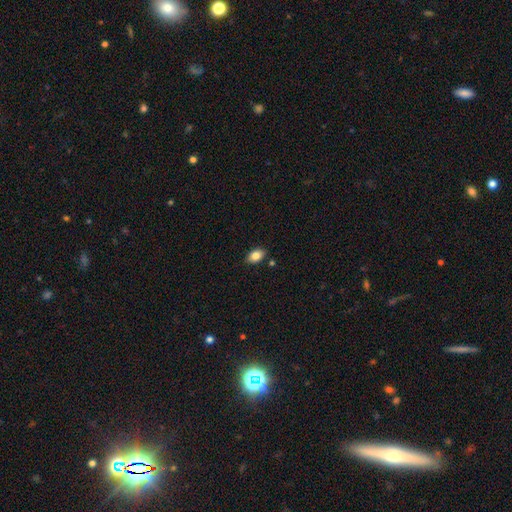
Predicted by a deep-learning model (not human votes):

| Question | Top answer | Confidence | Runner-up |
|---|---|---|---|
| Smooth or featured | smooth | 82% | featured or disk (10%) |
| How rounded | in between | 89% | round (9%) |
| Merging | none | 84% | minor disturbance (11%) |